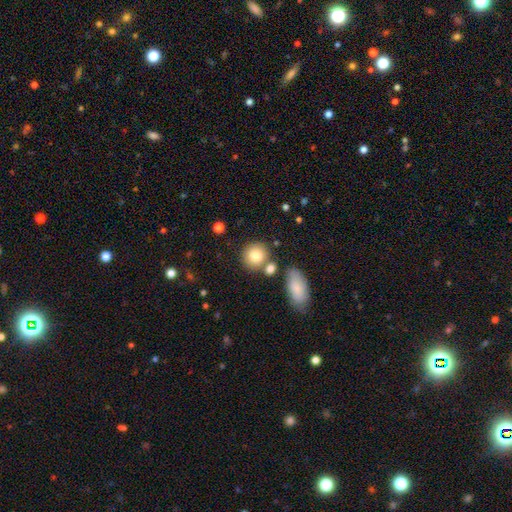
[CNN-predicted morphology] This appears to be a smooth galaxy with no disk features (81%) that is round (84%). Merging: none (72%).